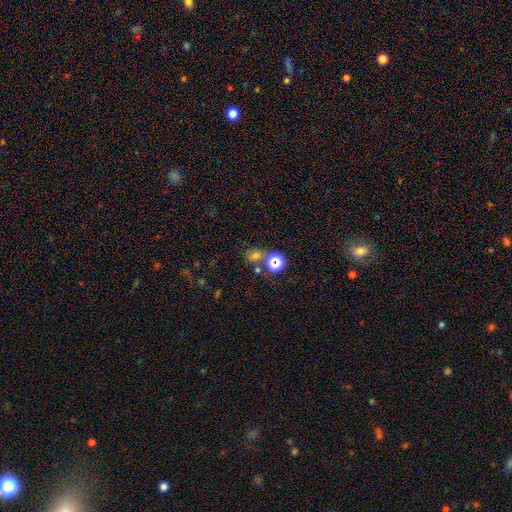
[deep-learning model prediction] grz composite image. It shows a smooth galaxy with no disk features (57%) that is round (65%). Merging: none (59%).